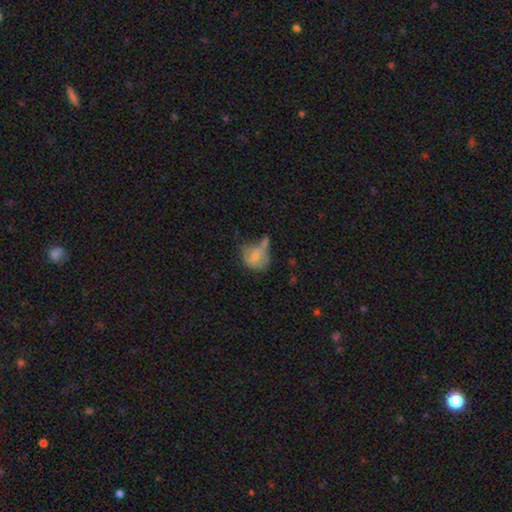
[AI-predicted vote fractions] The model was most divided on "merging": none: 32%, minor disturbance: 26%, merger: 23%, major disturbance: 19%. More confident: how rounded — round (60%); smooth or featured — smooth (58%).